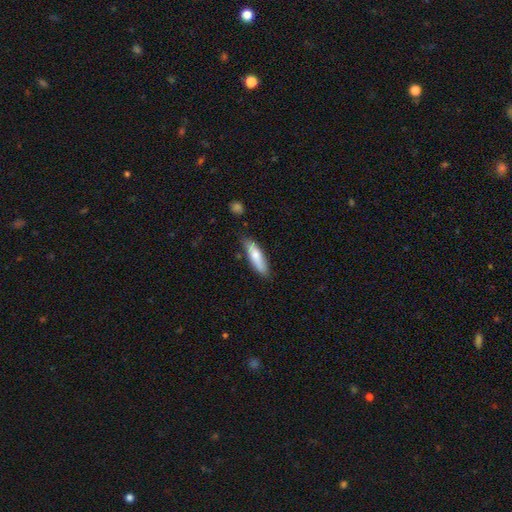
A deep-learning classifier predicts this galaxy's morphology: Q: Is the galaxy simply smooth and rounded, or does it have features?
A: smooth — 76%.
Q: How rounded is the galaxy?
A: cigar-shaped — 63%.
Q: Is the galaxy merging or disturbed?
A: none — 75%.